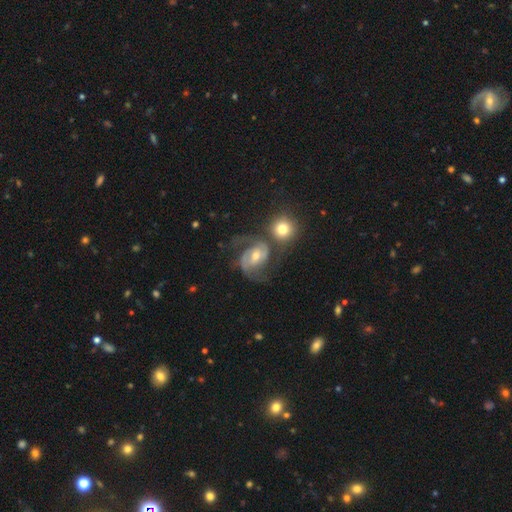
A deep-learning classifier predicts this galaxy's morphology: featured or disk 84%, smooth 10%, star or artifact 6%. Down the decision tree: edge-on disk — no (97%); bar — weak (41%); spiral arms — yes (95%); spiral arm count — 2 (84%); spiral winding — medium (52%); bulge size — moderate (60%); merging — none (48%).